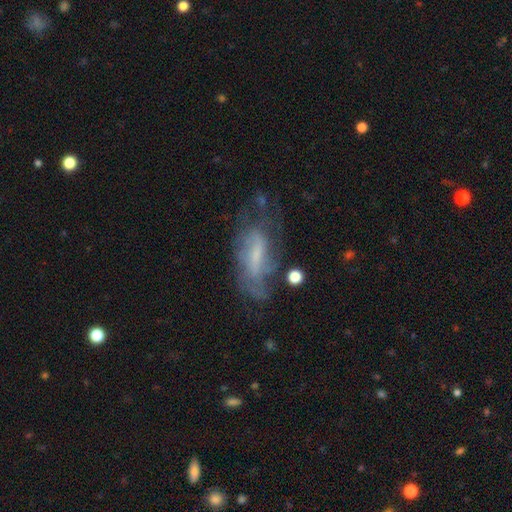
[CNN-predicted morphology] smooth_or_featured: featured or disk (p=0.63) [alt: smooth p=0.28]
disk_edge_on: no (p=0.88) [alt: yes p=0.12]
bar: weak (p=0.44) [alt: no p=0.33]
has_spiral_arms: yes (p=0.74) [alt: no p=0.26]
bulge_size: small (p=0.45) [alt: none p=0.25]
merging: none (p=0.49) [alt: minor disturbance p=0.25]